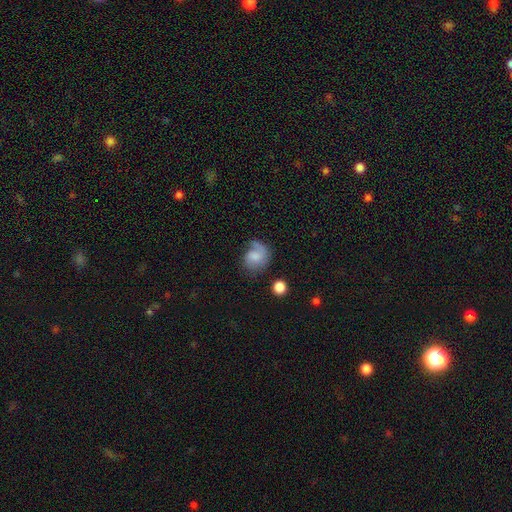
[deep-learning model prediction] Morphology: type=smooth (46%); merging=none (46%).